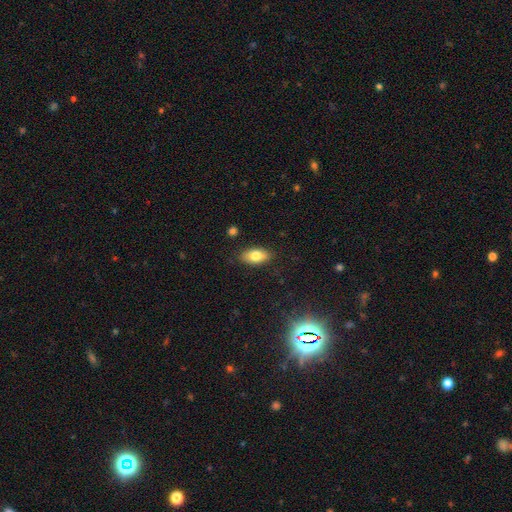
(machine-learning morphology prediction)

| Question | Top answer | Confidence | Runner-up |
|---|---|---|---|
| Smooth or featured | smooth | 76% | featured or disk (16%) |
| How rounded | in between | 89% | cigar-shaped (6%) |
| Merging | none | 86% | minor disturbance (11%) |